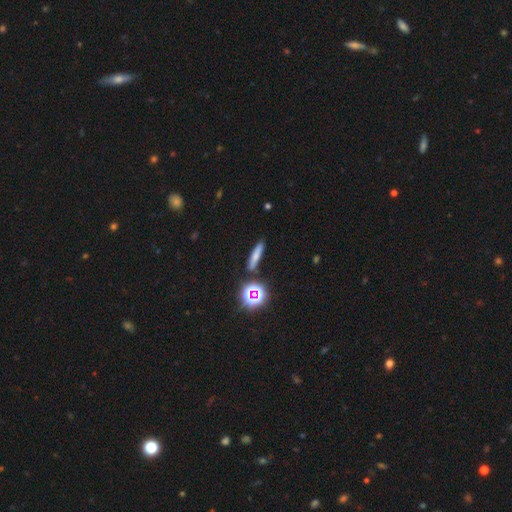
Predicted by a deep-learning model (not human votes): smooth-or-featured: smooth: 66% | star or artifact: 17% | featured or disk: 17%
  how-rounded: cigar-shaped: 79% | in between: 12% | round: 9%
  merging: none: 87% | minor disturbance: 8% | merger: 3% | major disturbance: 2%